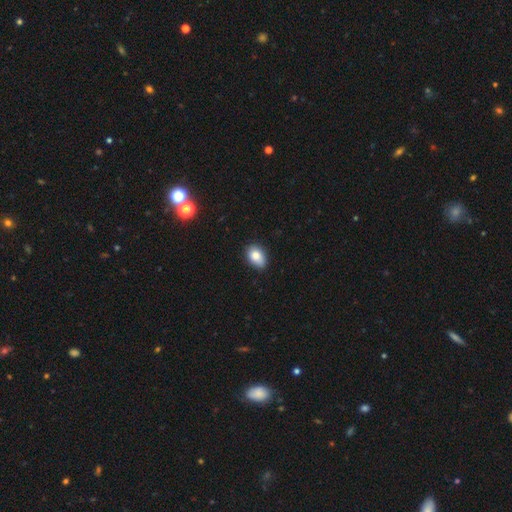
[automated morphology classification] This appears to be a smooth galaxy with no disk features (82%) that is in between round and cigar-shaped (82%). Merging: none (75%).